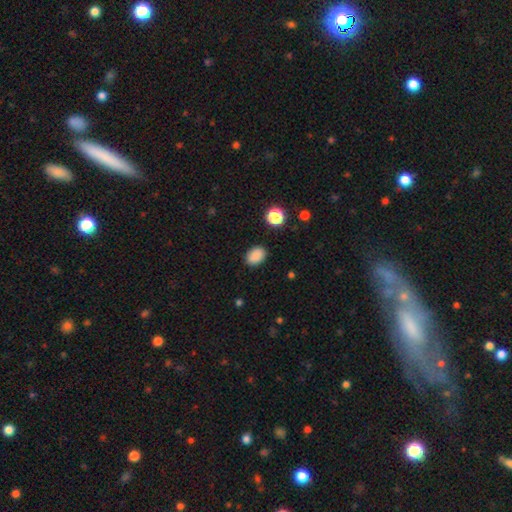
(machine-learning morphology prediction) Smooth or featured?
  - smooth: 87% *
  - star or artifact: 9%
  - featured or disk: 3%
How rounded?
  - in between: 78% *
  - round: 21%
  - cigar-shaped: 1%
Merging?
  - none: 87% *
  - minor disturbance: 9%
  - major disturbance: 2%
  - merger: 1%